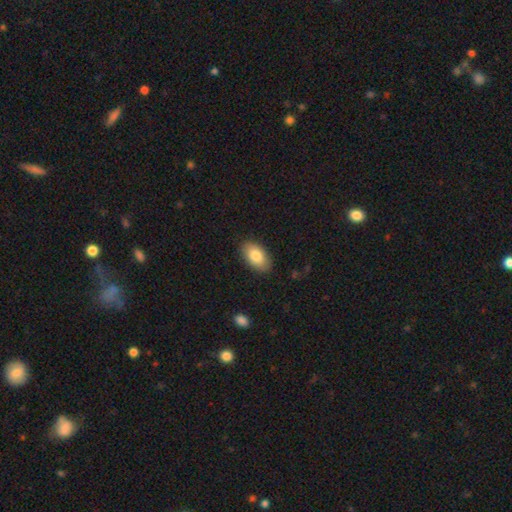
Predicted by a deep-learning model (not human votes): Q: Smooth or featured?
A: smooth (83%); runner-up: featured or disk (11%)
Q: How rounded?
A: in between (94%); runner-up: round (5%)
Q: Merging?
A: none (87%); runner-up: minor disturbance (10%)